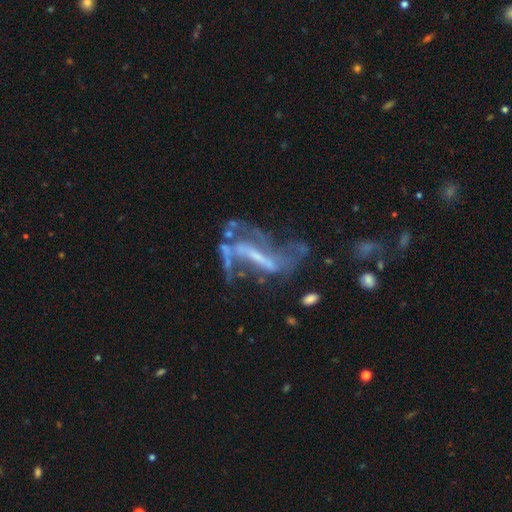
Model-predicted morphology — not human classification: Overall: featured or disk (78%). Edge-on disk: no (85%). Bar: strong (55%; weak 25%). Spiral arms: yes (67%; no 33%). Bulge size: small (38%; none 37%). Merging: major disturbance (39%; none 33%).